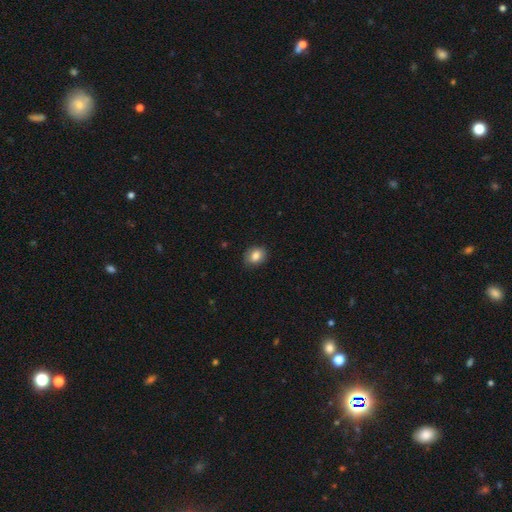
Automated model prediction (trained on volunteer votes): Smooth or featured? smooth (84%)
How rounded? in between (50%)
Merging? none (86%)